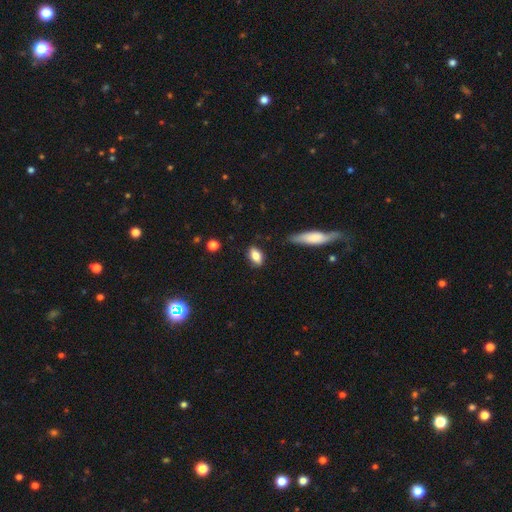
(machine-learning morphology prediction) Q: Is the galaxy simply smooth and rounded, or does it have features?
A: smooth — 81%.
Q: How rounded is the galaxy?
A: in between — 85%.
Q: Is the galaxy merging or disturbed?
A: none — 81%.